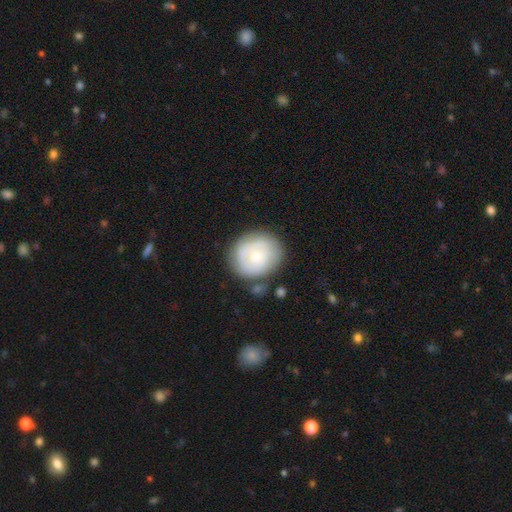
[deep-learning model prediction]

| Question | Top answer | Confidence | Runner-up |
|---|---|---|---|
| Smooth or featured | smooth | 51% | featured or disk (43%) |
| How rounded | round | 77% | in between (22%) |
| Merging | none | 68% | minor disturbance (19%) |